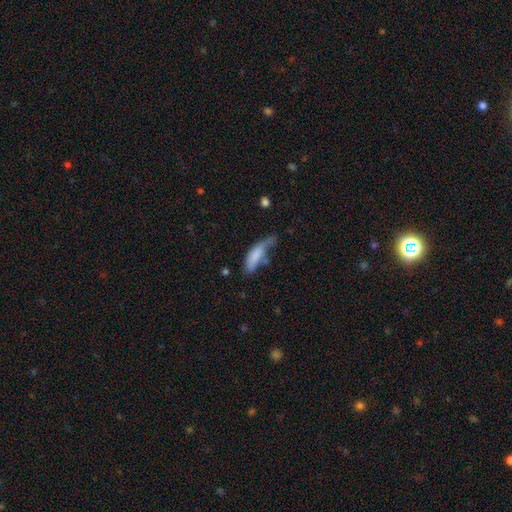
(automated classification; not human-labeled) Smooth or featured? smooth (76%)
How rounded? in between (56%)
Merging? minor disturbance (31%)